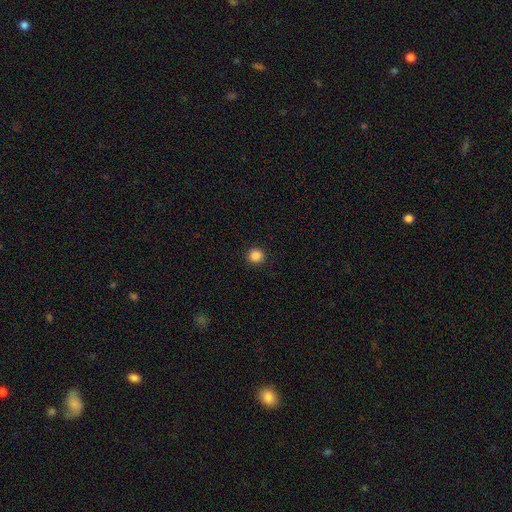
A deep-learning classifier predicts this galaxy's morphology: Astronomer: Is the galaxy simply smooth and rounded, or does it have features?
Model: smooth — 87%.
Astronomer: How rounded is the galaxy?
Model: round — 91%.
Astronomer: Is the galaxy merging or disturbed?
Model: none — 91%.